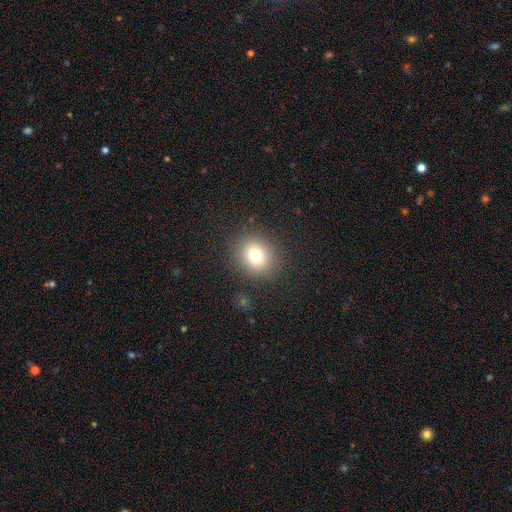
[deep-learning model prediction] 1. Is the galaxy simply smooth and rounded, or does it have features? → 76% smooth, 14% star or artifact, 10% featured or disk.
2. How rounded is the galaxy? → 73% round, 26% in between, 1% cigar-shaped.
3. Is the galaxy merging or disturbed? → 88% none, 7% minor disturbance, 3% major disturbance, 1% merger.